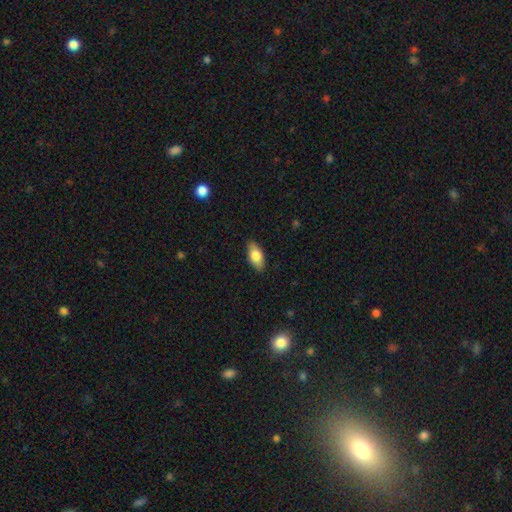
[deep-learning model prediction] smooth_or_featured: smooth (p=0.80) [alt: featured or disk p=0.14]
how_rounded: in between (p=0.90) [alt: cigar-shaped p=0.07]
merging: none (p=0.88) [alt: minor disturbance p=0.09]